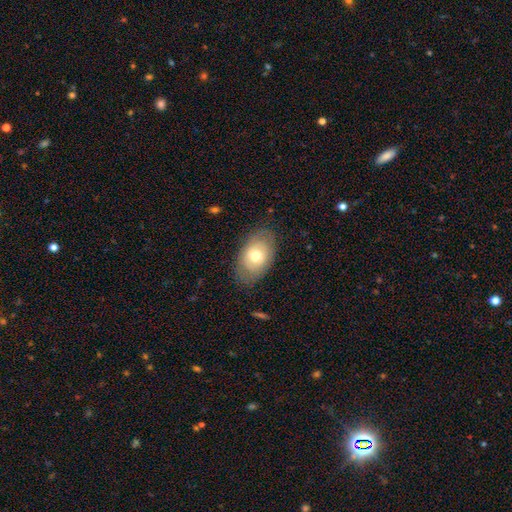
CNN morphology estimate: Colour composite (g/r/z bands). It shows a smooth galaxy with no disk features (64%) that is in between round and cigar-shaped (86%). Merging: none (79%).